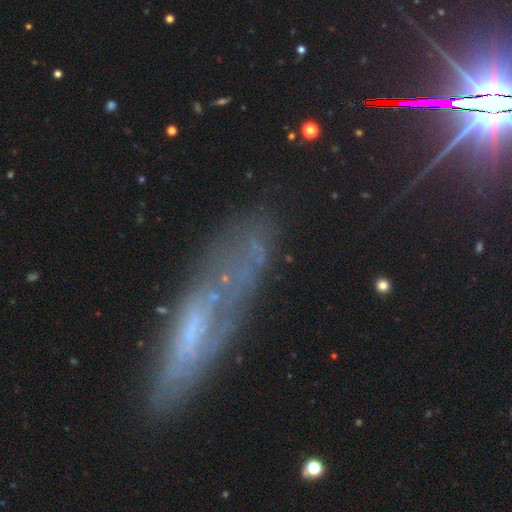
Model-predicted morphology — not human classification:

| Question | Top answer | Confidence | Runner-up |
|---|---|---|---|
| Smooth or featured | featured or disk | 52% | smooth (30%) |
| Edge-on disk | no | 61% | yes (39%) |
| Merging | none | 59% | minor disturbance (20%) |